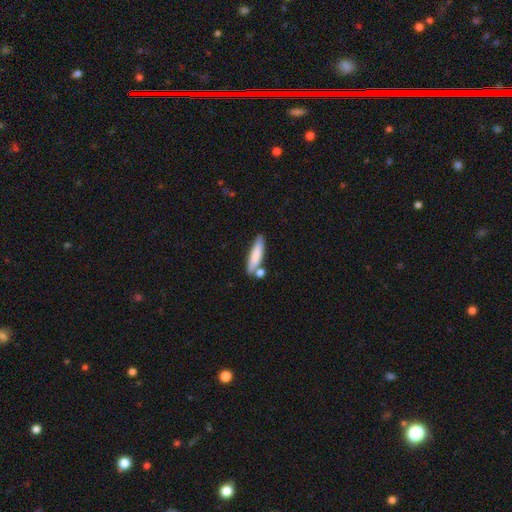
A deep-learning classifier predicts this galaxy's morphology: Overall: smooth (79%). How rounded: cigar-shaped (74%). Merging: none (66%).